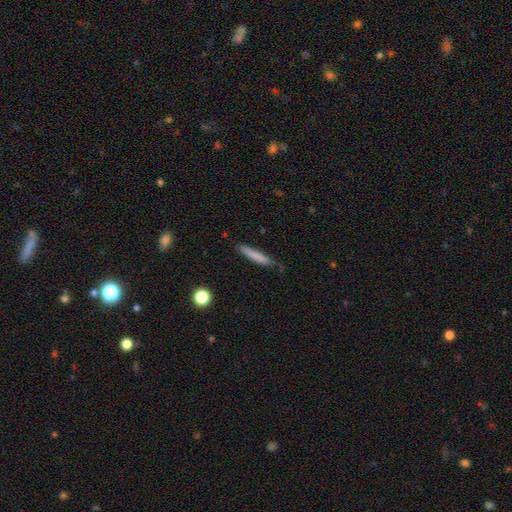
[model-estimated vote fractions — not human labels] Smooth or featured?
  - smooth: 77% *
  - featured or disk: 17%
  - star or artifact: 6%
How rounded?
  - cigar-shaped: 93% *
  - in between: 6%
  - round: 1%
Merging?
  - none: 77% *
  - minor disturbance: 18%
  - major disturbance: 3%
  - merger: 2%